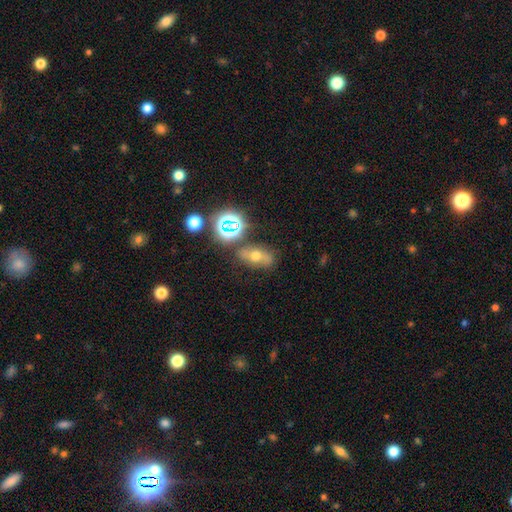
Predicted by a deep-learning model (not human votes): Overall: smooth (37%; featured or disk 33%). Merging: none (69%).